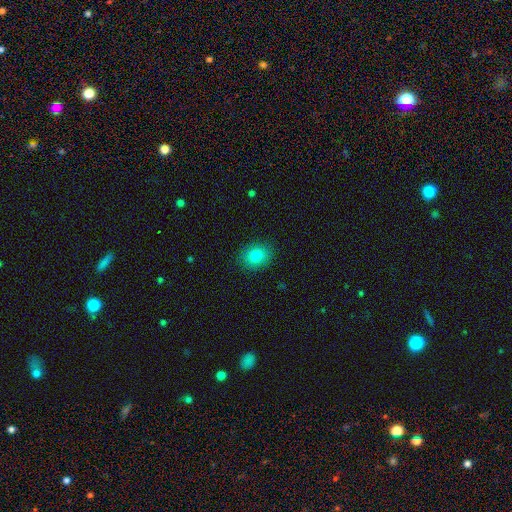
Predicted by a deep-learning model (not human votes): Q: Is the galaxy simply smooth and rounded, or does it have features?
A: smooth — 81%.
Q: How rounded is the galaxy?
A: round — 50%.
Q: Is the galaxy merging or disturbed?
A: none — 89%.